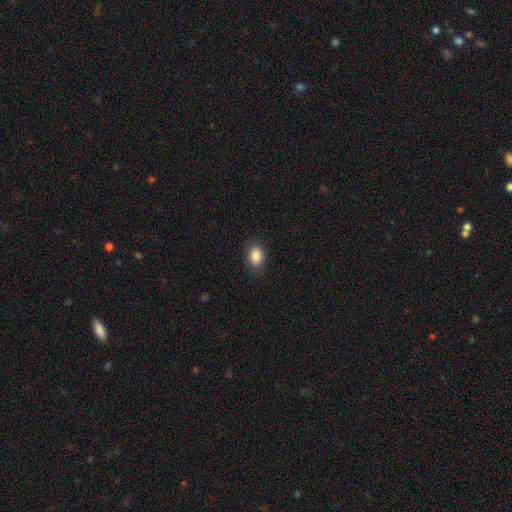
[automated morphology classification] This appears to be a smooth galaxy with no disk features (88%) that is in between round and cigar-shaped (74%). Merging: none (85%).